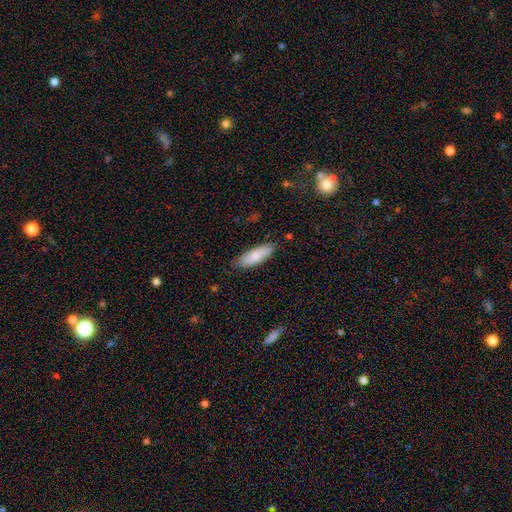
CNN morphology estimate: Q: Smooth or featured?
A: smooth (81%); runner-up: featured or disk (13%)
Q: How rounded?
A: in between (61%); runner-up: cigar-shaped (38%)
Q: Merging?
A: none (81%); runner-up: minor disturbance (15%)